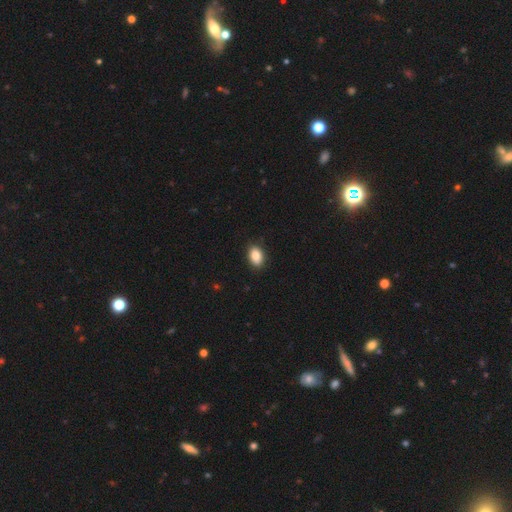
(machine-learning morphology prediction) A smooth galaxy with no disk features (86%) that is in between round and cigar-shaped (86%). Merging: none (88%).